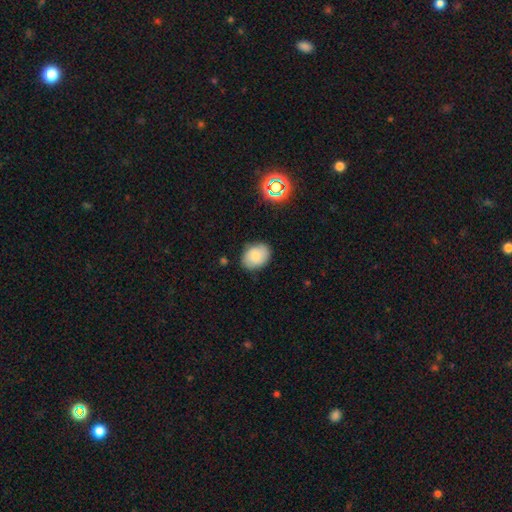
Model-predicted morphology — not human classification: This appears to be a smooth galaxy with no disk features (80%) that is in between round and cigar-shaped (70%). Merging: none (81%).